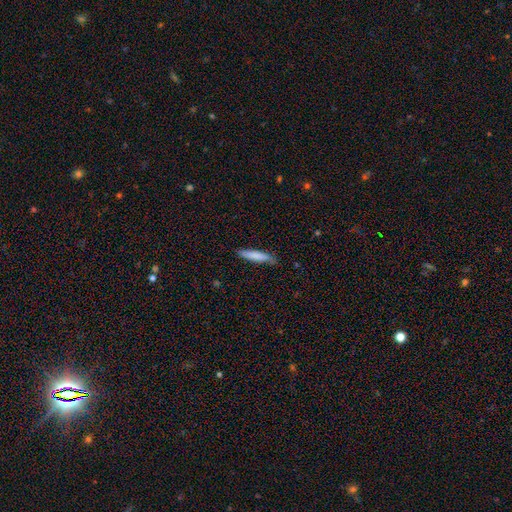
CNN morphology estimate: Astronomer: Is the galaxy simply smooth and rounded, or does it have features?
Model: smooth — 79%.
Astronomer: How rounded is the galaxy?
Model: cigar-shaped — 87%.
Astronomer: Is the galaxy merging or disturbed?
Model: none — 78%.